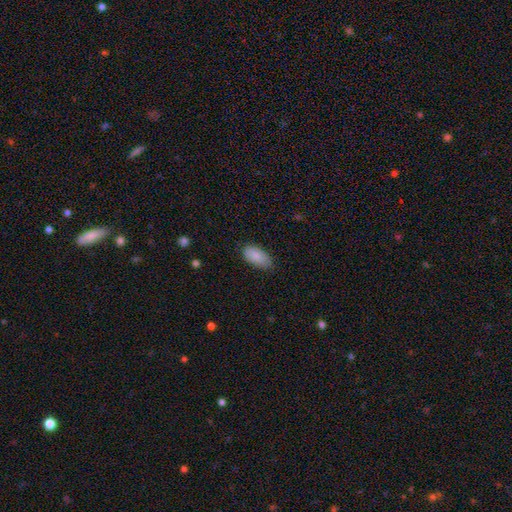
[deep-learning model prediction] The model was most divided on "merging": none: 73%, minor disturbance: 23%, major disturbance: 3%, merger: 1%. More confident: how rounded — in between (93%); smooth or featured — smooth (87%).